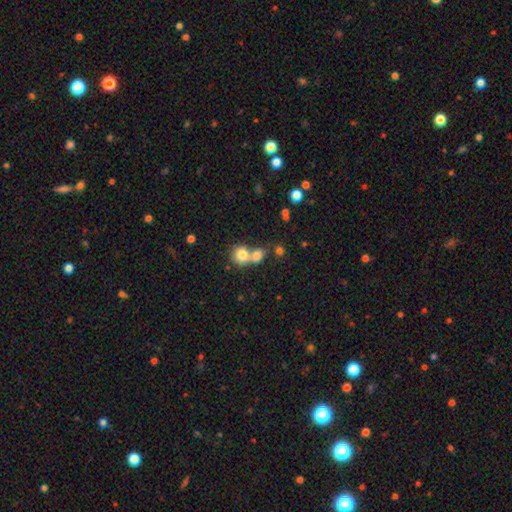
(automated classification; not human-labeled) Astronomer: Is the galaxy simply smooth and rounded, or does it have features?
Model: smooth — 66%.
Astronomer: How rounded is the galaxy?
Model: round — 83%.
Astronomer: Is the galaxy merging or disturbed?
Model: none — 48% (runner-up: merger, 41%).